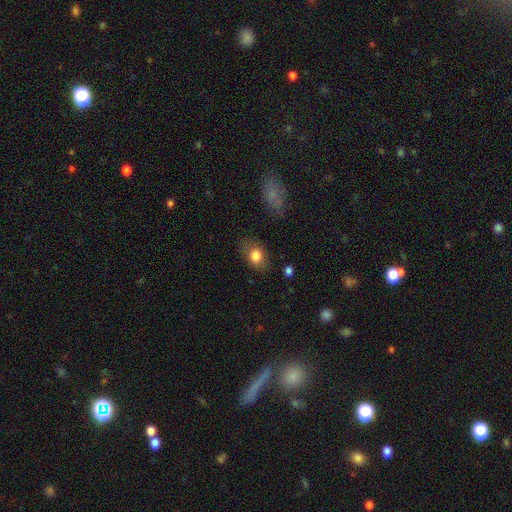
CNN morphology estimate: A smooth galaxy with no disk features (81%) that is in between round and cigar-shaped (70%).

Vote fractions:
- Smooth or featured? smooth: 81% / featured or disk: 10% / star or artifact: 9%
- How rounded? in between: 70% / round: 28% / cigar-shaped: 1%
- Merging? none: 74% / minor disturbance: 19% / major disturbance: 6% / merger: 2%